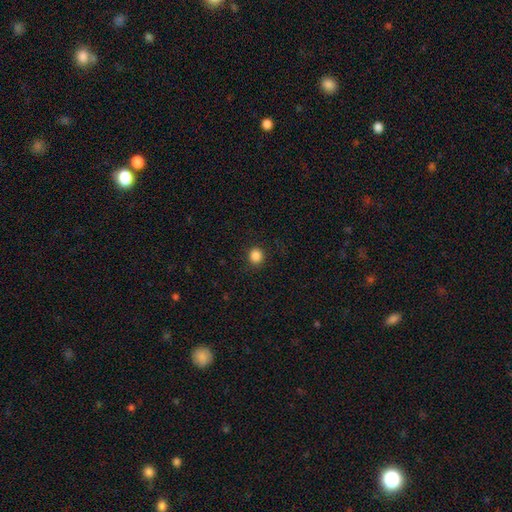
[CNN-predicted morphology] smooth 86%, star or artifact 11%, featured or disk 3%. Down the decision tree: how rounded — round (90%); merging — none (90%).